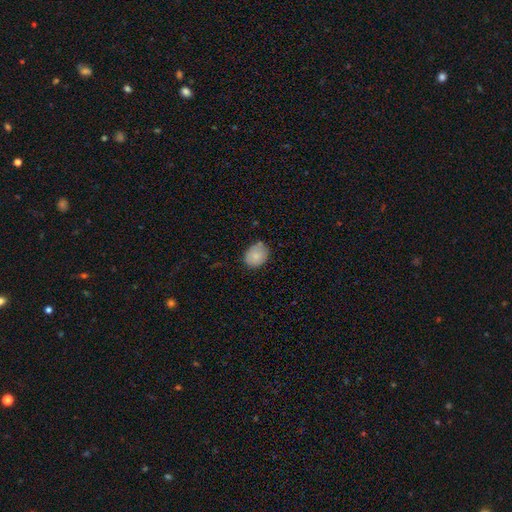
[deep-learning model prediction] A smooth galaxy with no disk features (84%) that is in between round and cigar-shaped (53%). Merging: none (68%).